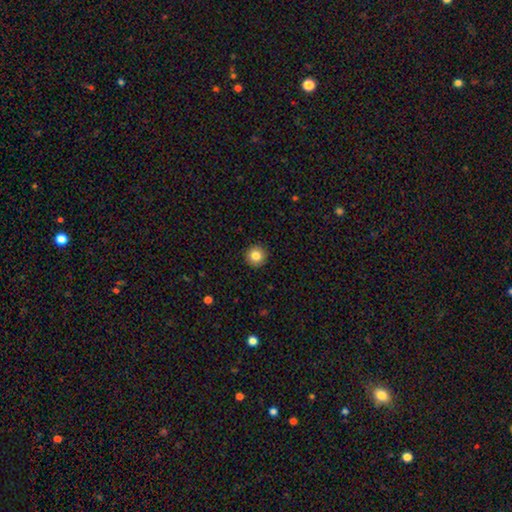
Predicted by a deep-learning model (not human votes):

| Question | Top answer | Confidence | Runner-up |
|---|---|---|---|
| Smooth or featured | smooth | 83% | star or artifact (10%) |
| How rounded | round | 96% | in between (4%) |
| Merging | none | 93% | minor disturbance (5%) |